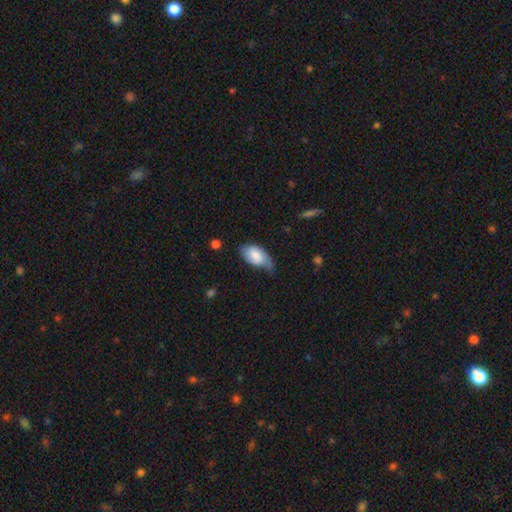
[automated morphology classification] smooth_or_featured: smooth (p=0.76) [alt: featured or disk p=0.18]
how_rounded: in between (p=0.94) [alt: round p=0.03]
merging: minor disturbance (p=0.43) [alt: none p=0.42]